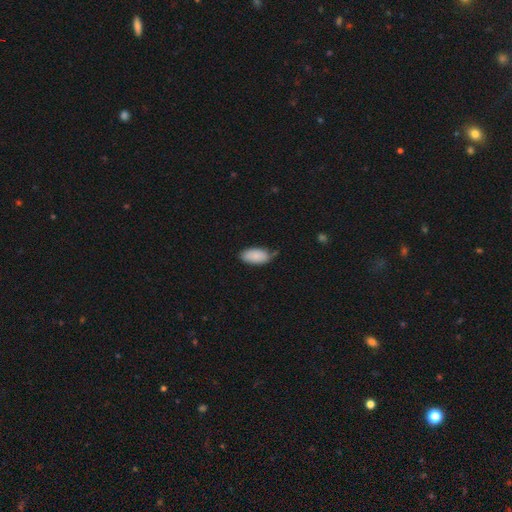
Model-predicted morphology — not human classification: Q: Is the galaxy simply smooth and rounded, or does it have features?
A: smooth — 87%.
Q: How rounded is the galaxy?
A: in between — 94%.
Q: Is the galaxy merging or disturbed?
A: none — 63%.